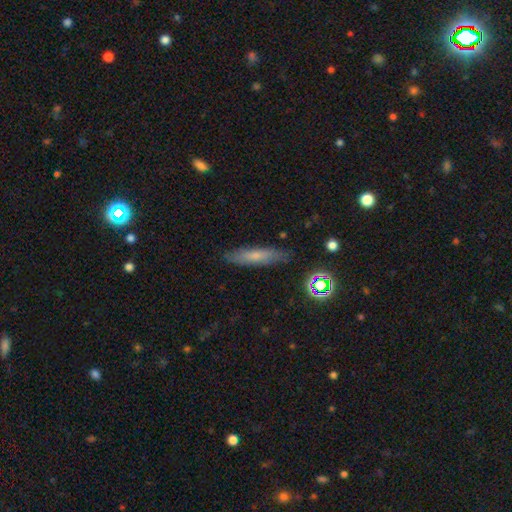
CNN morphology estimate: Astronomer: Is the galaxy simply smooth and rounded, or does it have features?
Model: smooth — 64%.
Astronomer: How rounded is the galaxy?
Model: cigar-shaped — 79%.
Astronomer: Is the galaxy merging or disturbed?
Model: none — 83%.